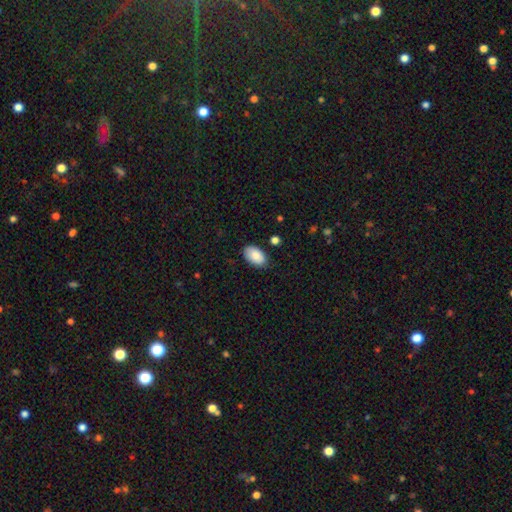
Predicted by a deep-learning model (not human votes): This appears to be a smooth galaxy with no disk features (86%) that is in between round and cigar-shaped (93%). Merging: none (83%).